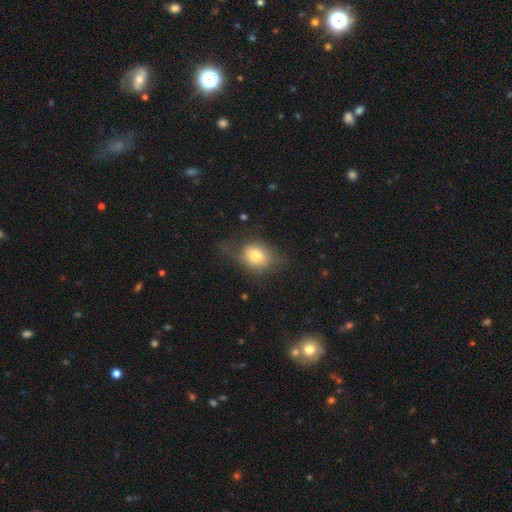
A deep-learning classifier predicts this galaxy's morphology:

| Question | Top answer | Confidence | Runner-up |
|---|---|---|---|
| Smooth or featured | smooth | 76% | featured or disk (14%) |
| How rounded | in between | 51% | round (48%) |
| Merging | none | 50% | minor disturbance (28%) |